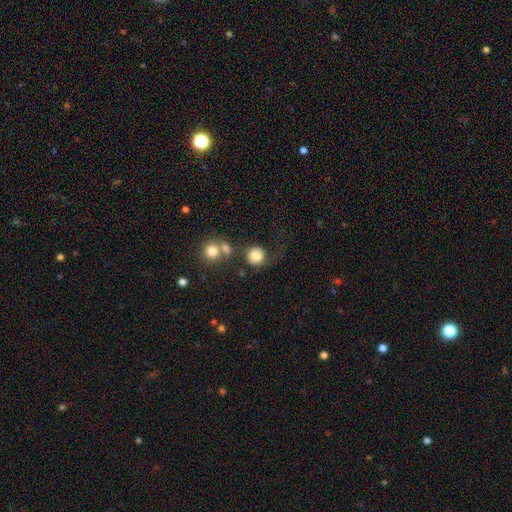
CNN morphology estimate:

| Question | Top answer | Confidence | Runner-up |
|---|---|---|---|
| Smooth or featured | smooth | 80% | featured or disk (11%) |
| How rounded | round | 86% | in between (13%) |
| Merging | none | 46% | major disturbance (19%) |